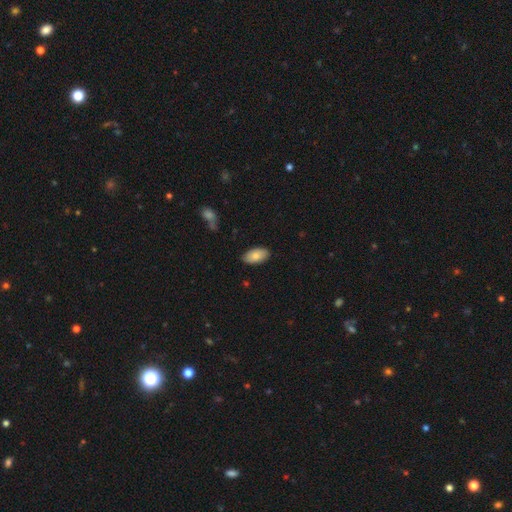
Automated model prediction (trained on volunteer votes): Smooth or featured: smooth — 83% (featured or disk — 11%)
How rounded: in between — 95% (cigar-shaped — 3%)
Merging: none — 86% (minor disturbance — 11%)